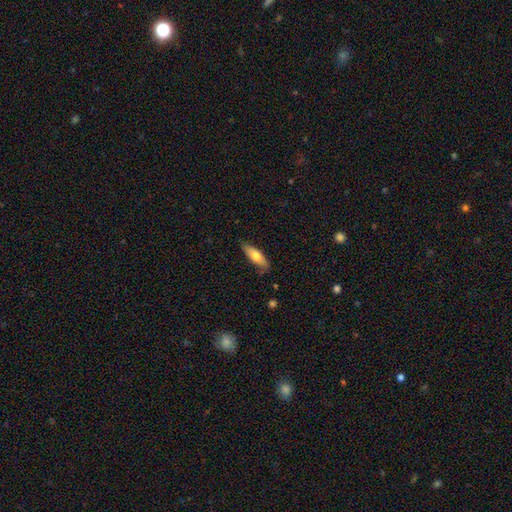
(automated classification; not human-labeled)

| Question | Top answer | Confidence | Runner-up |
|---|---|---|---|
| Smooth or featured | smooth | 67% | featured or disk (27%) |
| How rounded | in between | 51% | cigar-shaped (47%) |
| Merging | none | 75% | minor disturbance (20%) |